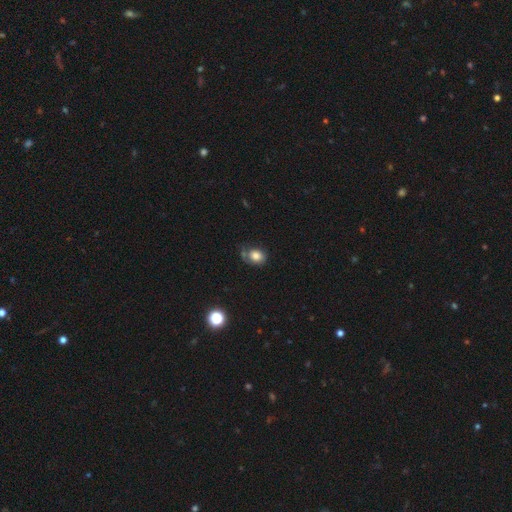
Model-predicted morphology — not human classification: Smooth or featured? smooth (80%)
How rounded? in between (51%)
Merging? none (55%)